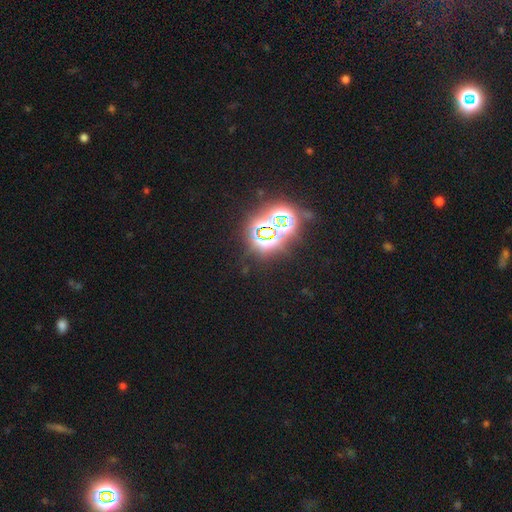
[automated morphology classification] Overall: star or artifact (67%).